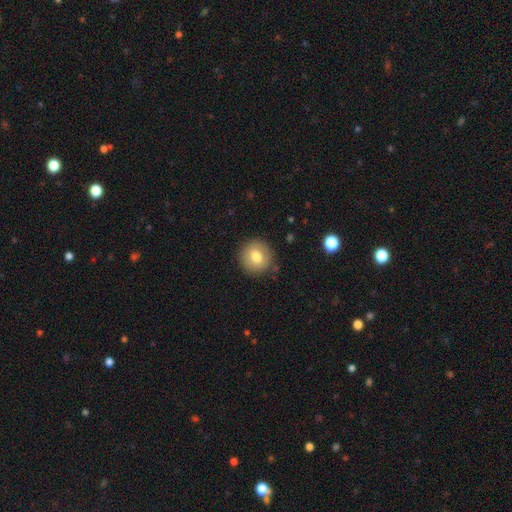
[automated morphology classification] Smooth or featured? Predicted: smooth (p=0.77). How rounded? Predicted: round (p=0.92). Merging? Predicted: none (p=0.88).